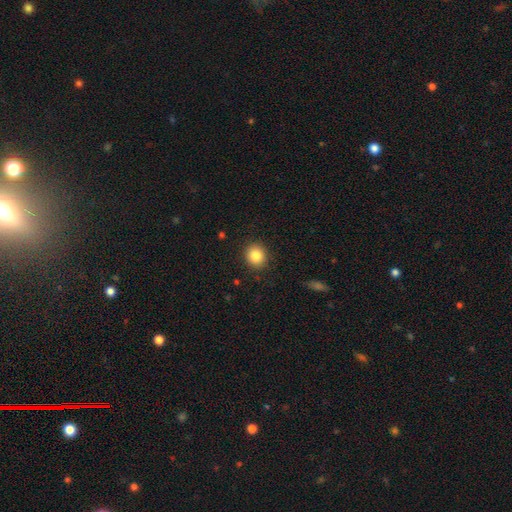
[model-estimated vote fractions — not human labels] smooth-or-featured: smooth: 85% | star or artifact: 10% | featured or disk: 6%
  how-rounded: round: 81% | in between: 18% | cigar-shaped: 1%
  merging: none: 90% | minor disturbance: 7% | major disturbance: 2% | merger: 1%